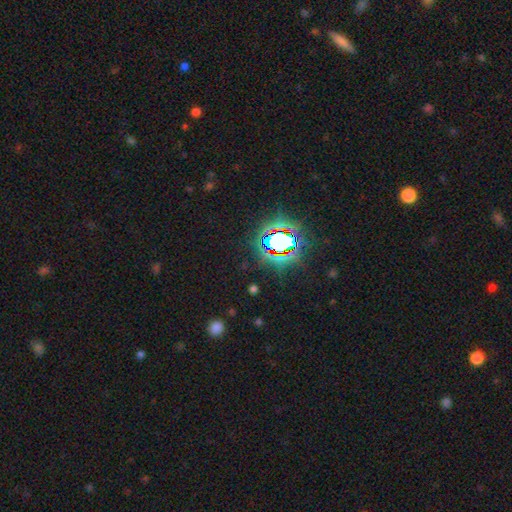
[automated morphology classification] The model was most divided on "smooth or featured": star or artifact: 78%, smooth: 13%, featured or disk: 8%.